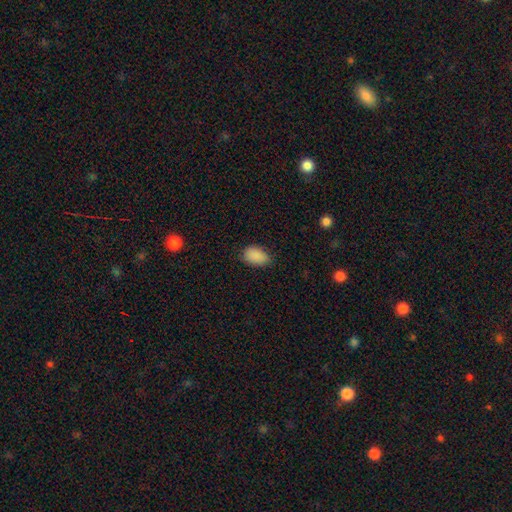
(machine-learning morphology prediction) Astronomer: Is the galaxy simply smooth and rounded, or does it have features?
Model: smooth — 88%.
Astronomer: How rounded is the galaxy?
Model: in between — 89%.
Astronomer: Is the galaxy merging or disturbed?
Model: none — 77%.